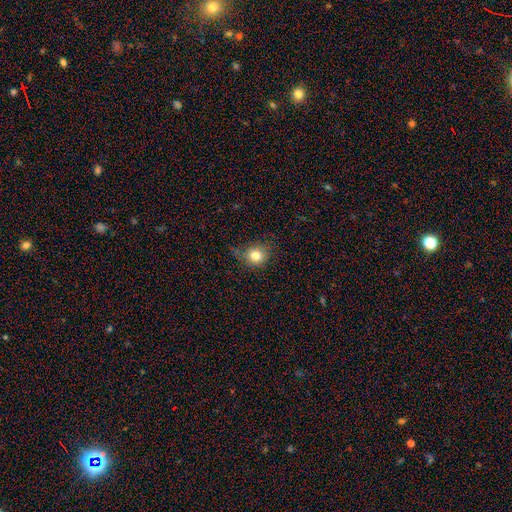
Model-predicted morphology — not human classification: Smooth or featured? Predicted: smooth (p=0.80). How rounded? Predicted: round (p=0.84). Merging? Predicted: none (p=0.72).